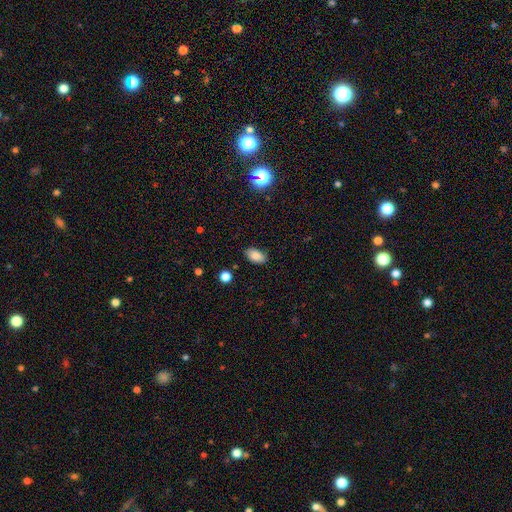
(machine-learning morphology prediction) smooth-or-featured: smooth: 85% | star or artifact: 9% | featured or disk: 6%
  how-rounded: in between: 92% | round: 6% | cigar-shaped: 2%
  merging: none: 84% | minor disturbance: 12% | major disturbance: 3% | merger: 2%